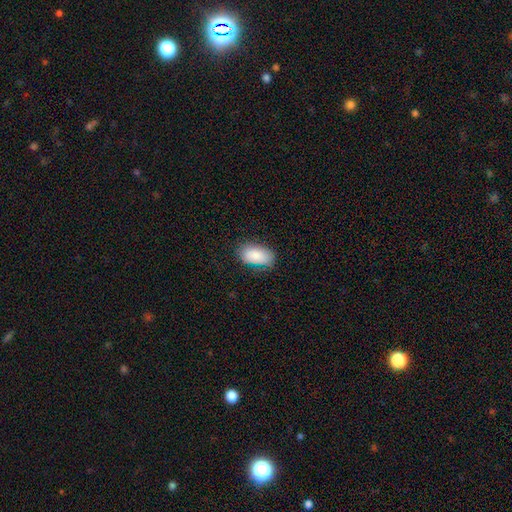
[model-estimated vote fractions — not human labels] Morphology: type=smooth (87%); roundness=in between (94%); merging=none (78%).